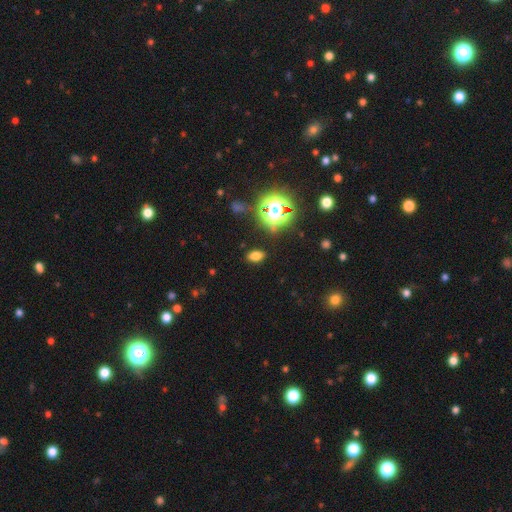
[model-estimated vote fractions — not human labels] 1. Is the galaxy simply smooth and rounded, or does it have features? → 67% smooth, 25% star or artifact, 7% featured or disk.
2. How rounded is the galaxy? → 84% in between, 13% round, 3% cigar-shaped.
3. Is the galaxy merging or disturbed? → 86% none, 9% minor disturbance, 3% major disturbance, 2% merger.